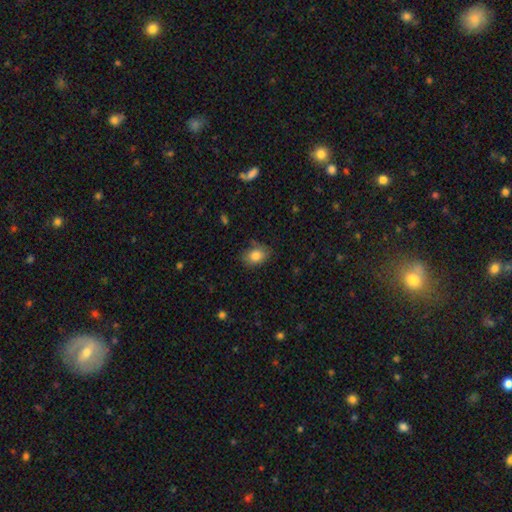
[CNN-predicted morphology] Q: Smooth or featured?
A: smooth (82%); runner-up: featured or disk (9%)
Q: How rounded?
A: in between (73%); runner-up: round (25%)
Q: Merging?
A: none (74%); runner-up: minor disturbance (20%)